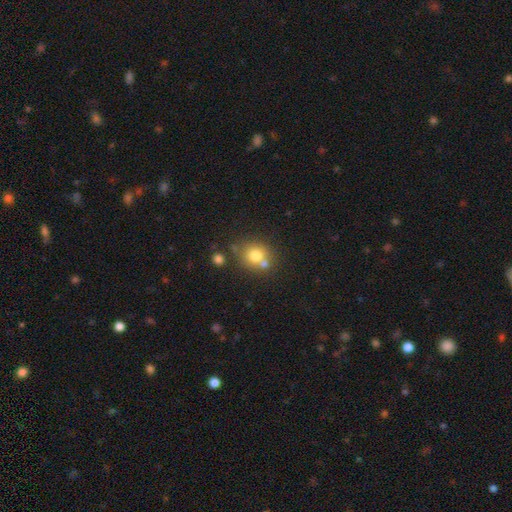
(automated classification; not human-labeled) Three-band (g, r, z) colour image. It shows a smooth galaxy with no disk features (75%) that is round (80%). Merging: none (61%).